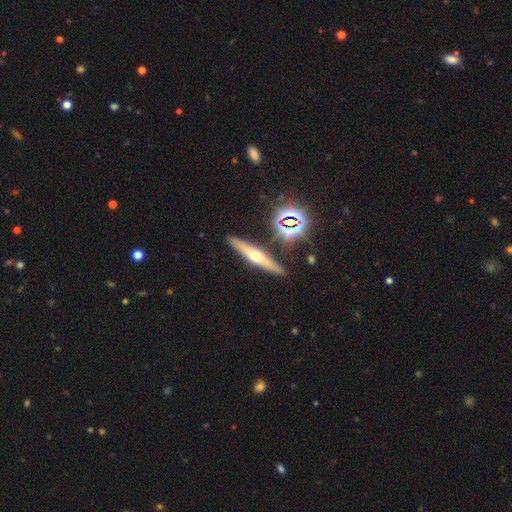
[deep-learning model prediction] Smooth or featured: featured or disk — 58% (smooth — 29%)
Edge-on disk: yes — 93% (no — 7%)
Edge-on bulge: rounded — 91% (none — 6%)
Merging: none — 88% (minor disturbance — 7%)